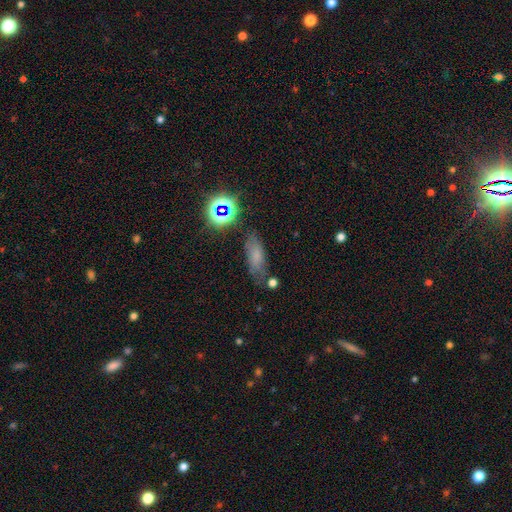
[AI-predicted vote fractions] This is likely a smooth galaxy (61%). How rounded: likely in between (65%). Merging: likely none (68%).